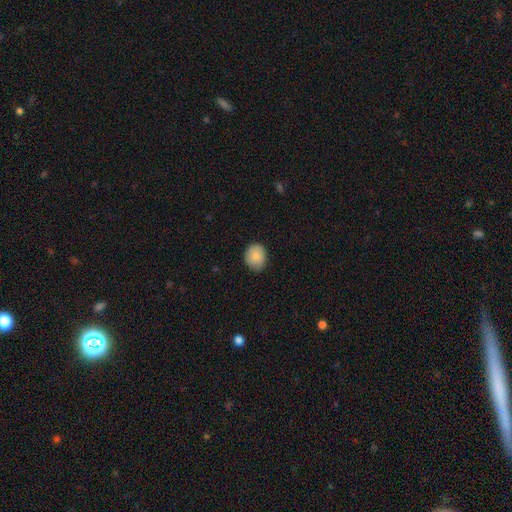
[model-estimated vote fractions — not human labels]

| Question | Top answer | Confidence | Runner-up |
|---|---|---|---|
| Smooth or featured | smooth | 85% | featured or disk (7%) |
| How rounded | round | 71% | in between (28%) |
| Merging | none | 81% | minor disturbance (15%) |